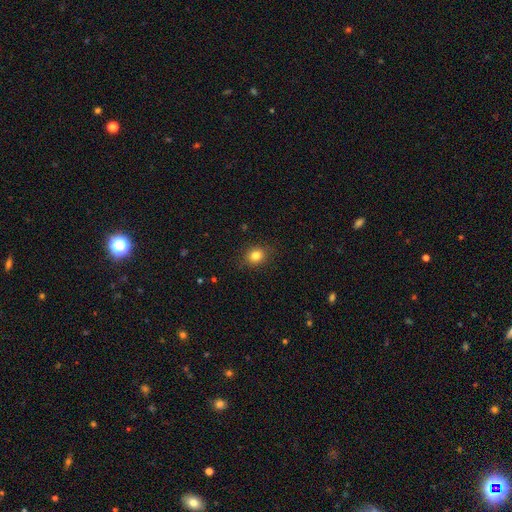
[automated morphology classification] Smooth or featured?
  - smooth: 83% *
  - star or artifact: 12%
  - featured or disk: 6%
How rounded?
  - round: 66% *
  - in between: 33%
  - cigar-shaped: 1%
Merging?
  - none: 86% *
  - minor disturbance: 10%
  - major disturbance: 3%
  - merger: 1%